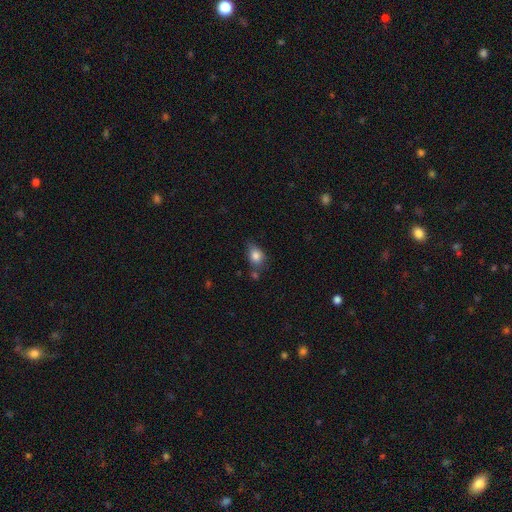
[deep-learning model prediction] A smooth galaxy with no disk features (82%) that is in between round and cigar-shaped (61%). Merging: none (58%).